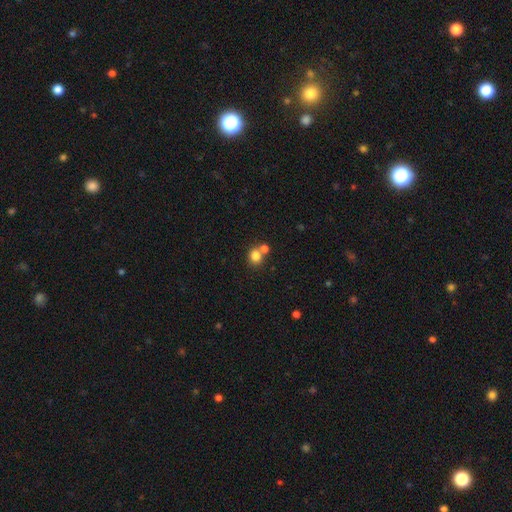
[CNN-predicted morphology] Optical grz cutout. It shows a smooth galaxy with no disk features (80%) that is round (81%). Merging: none (55%).